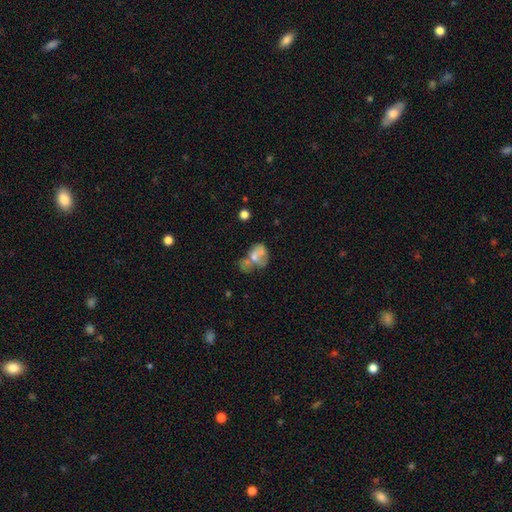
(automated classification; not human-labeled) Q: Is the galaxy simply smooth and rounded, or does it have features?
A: smooth — 53%.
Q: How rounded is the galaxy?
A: in between — 67%.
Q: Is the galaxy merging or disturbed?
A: merger — 56%.